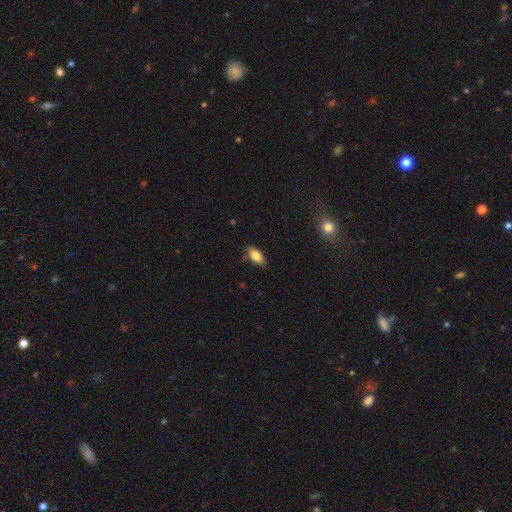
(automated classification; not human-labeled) smooth 81%, featured or disk 12%, star or artifact 7%. Down the decision tree: how rounded — in between (87%); merging — none (81%).